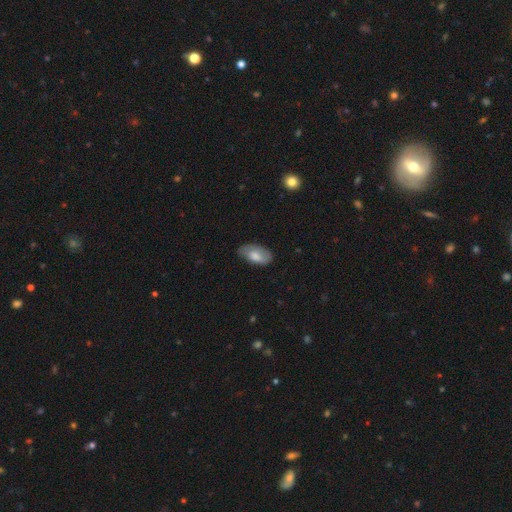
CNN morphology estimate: Smooth or featured? Predicted: smooth (p=0.71). How rounded? Predicted: in between (p=0.93). Merging? Predicted: none (p=0.65).